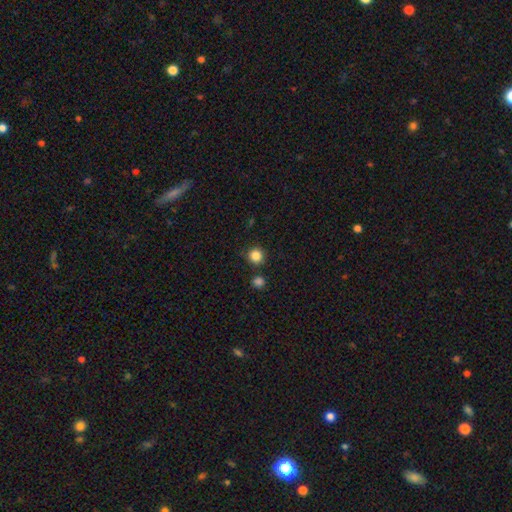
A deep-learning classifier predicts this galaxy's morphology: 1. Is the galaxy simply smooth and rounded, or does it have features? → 85% smooth, 11% star or artifact, 4% featured or disk.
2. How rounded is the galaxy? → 93% round, 6% in between, 1% cigar-shaped.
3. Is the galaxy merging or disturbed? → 85% none, 7% minor disturbance, 5% merger, 2% major disturbance.